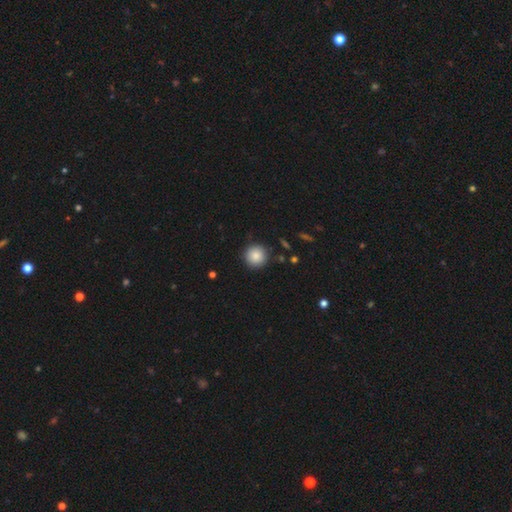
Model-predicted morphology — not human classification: smooth 86%, star or artifact 8%, featured or disk 5%. Down the decision tree: how rounded — round (95%); merging — none (90%).